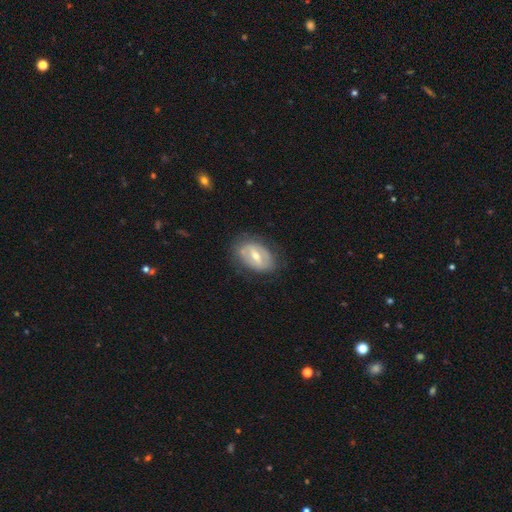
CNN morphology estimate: Overall: featured or disk (64%; smooth 29%). Edge-on disk: no (91%). Bar: strong (52%; weak 35%). Spiral arms: no (63%; yes 37%). Bulge size: moderate (64%; small 30%). Merging: none (74%).